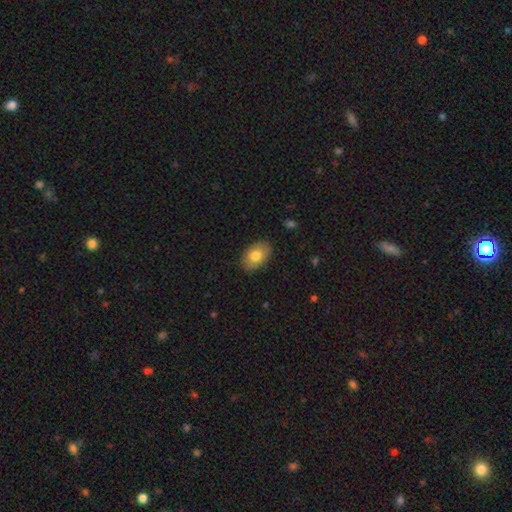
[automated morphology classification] Smooth or featured? Predicted: smooth (p=0.76). How rounded? Predicted: in between (p=0.87). Merging? Predicted: none (p=0.87).